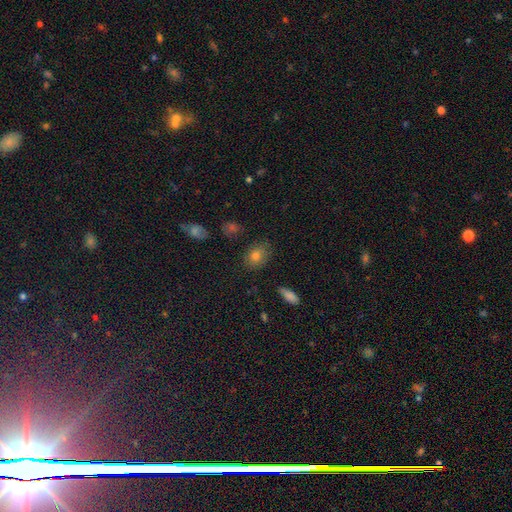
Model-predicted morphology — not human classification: A smooth galaxy with no disk features (78%) that is in between round and cigar-shaped (63%).

Vote fractions:
- Smooth or featured? smooth: 78% / star or artifact: 12% / featured or disk: 10%
- How rounded? in between: 63% / round: 35% / cigar-shaped: 2%
- Merging? none: 80% / minor disturbance: 14% / major disturbance: 3% / merger: 2%